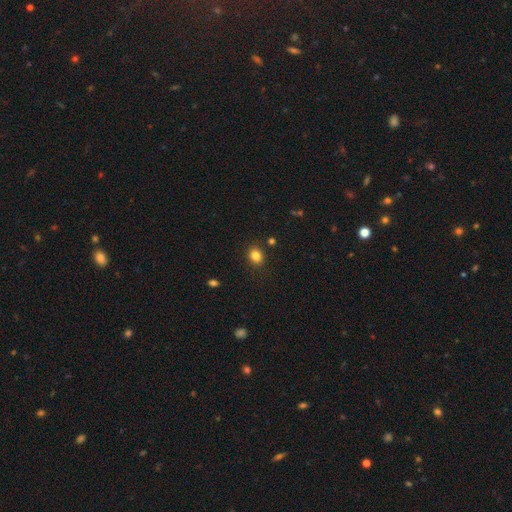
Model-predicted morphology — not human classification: The model was most divided on "how rounded": round: 53%, in between: 46%, cigar-shaped: 1%. More confident: merging — none (87%); smooth or featured — smooth (84%).